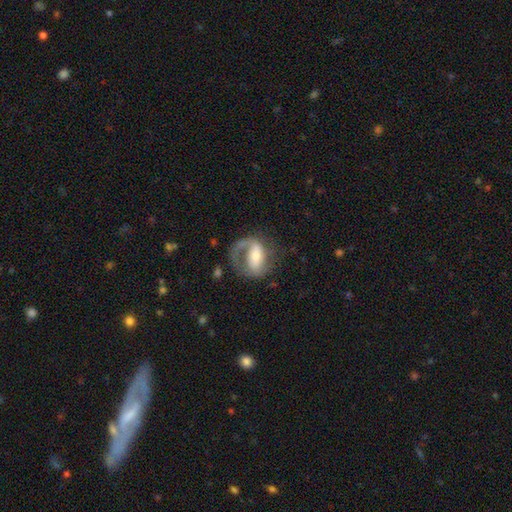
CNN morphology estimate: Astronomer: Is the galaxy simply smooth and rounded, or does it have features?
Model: featured or disk — 70%.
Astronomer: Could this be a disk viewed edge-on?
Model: no — 96%.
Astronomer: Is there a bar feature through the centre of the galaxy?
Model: weak — 37% (runner-up: no, 34%).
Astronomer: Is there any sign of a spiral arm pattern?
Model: yes — 83%.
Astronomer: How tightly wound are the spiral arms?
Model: medium — 44% (runner-up: loose, 29%).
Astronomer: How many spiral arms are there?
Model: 1 — 53% (runner-up: 2, 36%).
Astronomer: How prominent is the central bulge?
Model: moderate — 50% (runner-up: small, 35%).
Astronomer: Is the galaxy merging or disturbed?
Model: none — 47% (runner-up: major disturbance, 33%).